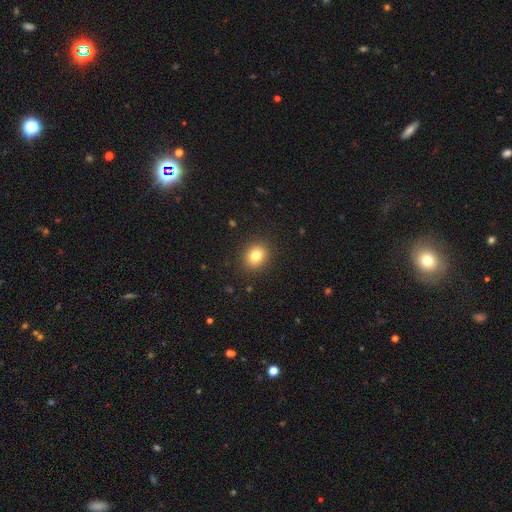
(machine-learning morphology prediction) smooth_or_featured: smooth (p=0.80) [alt: star or artifact p=0.11]
how_rounded: round (p=0.69) [alt: in between p=0.30]
merging: none (p=0.90) [alt: minor disturbance p=0.07]